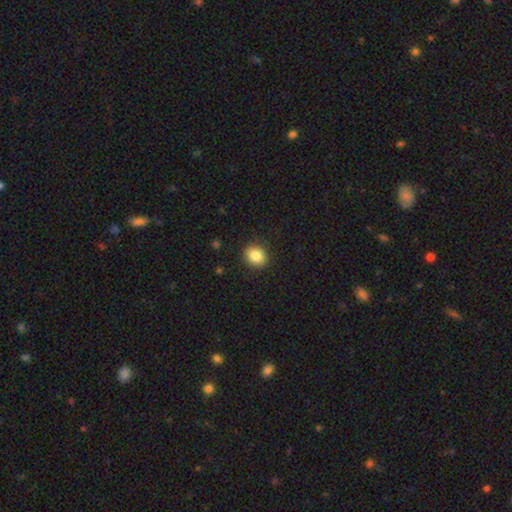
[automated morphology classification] A smooth galaxy with no disk features (86%) that is round (59%).

Vote fractions:
- Smooth or featured? smooth: 86% / star or artifact: 9% / featured or disk: 5%
- How rounded? round: 59% / in between: 40% / cigar-shaped: 1%
- Merging? none: 90% / minor disturbance: 7% / major disturbance: 2% / merger: 1%